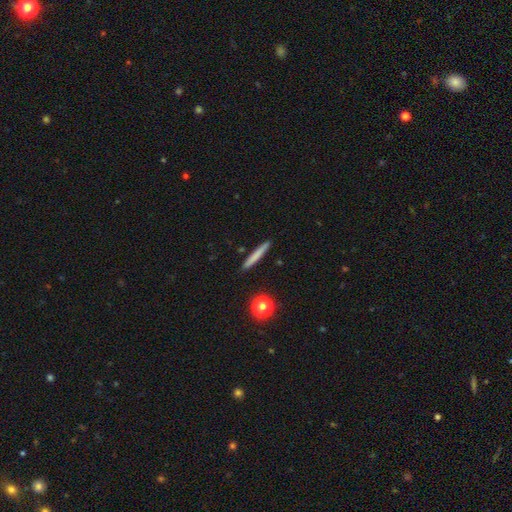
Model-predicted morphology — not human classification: Smooth or featured? Predicted: smooth (p=0.71). How rounded? Predicted: cigar-shaped (p=0.96). Merging? Predicted: none (p=0.90).